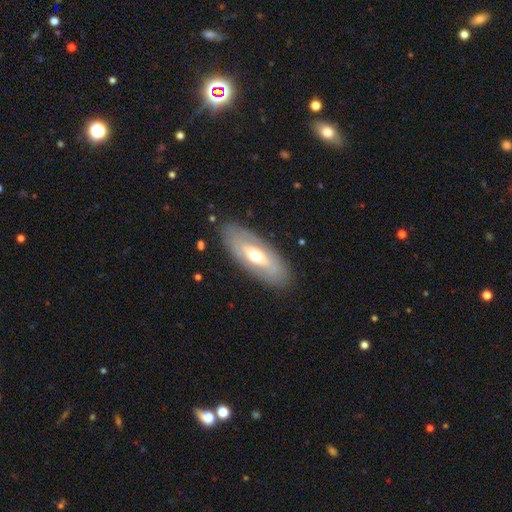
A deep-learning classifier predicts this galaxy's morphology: A featured or disk galaxy (54%).

Vote fractions:
- Smooth or featured? featured or disk: 54% / smooth: 39% / star or artifact: 7%
- Edge-on disk? no: 73% / yes: 27%
- Merging? none: 85% / minor disturbance: 10% / major disturbance: 3% / merger: 1%